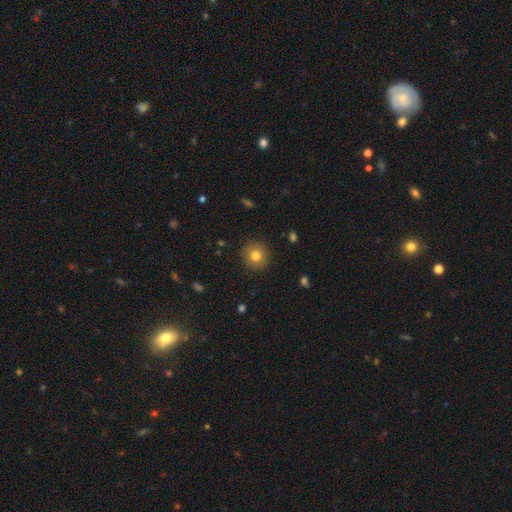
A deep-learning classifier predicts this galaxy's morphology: type=smooth (79%); roundness=round (94%); merging=none (91%).